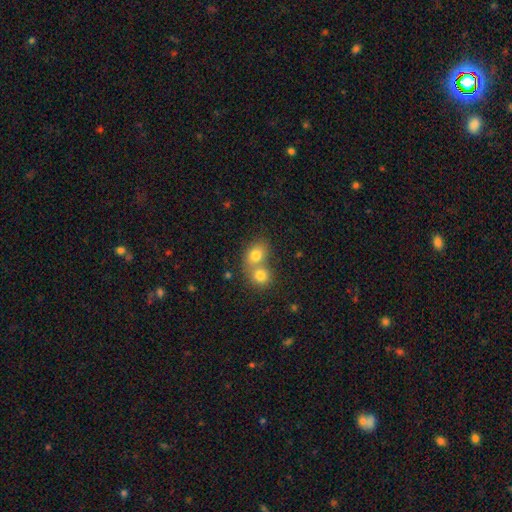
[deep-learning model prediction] Q: Smooth or featured?
A: smooth (78%); runner-up: featured or disk (12%)
Q: How rounded?
A: round (58%); runner-up: in between (41%)
Q: Merging?
A: merger (61%); runner-up: none (31%)